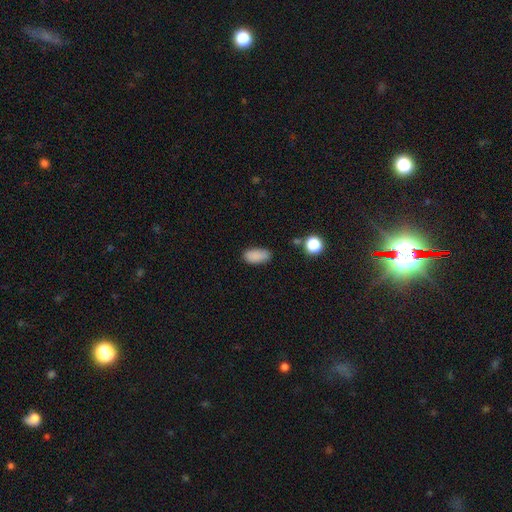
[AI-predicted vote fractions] Smooth or featured?
  - smooth: 87% *
  - star or artifact: 9%
  - featured or disk: 4%
How rounded?
  - in between: 91% *
  - cigar-shaped: 6%
  - round: 4%
Merging?
  - none: 78% *
  - minor disturbance: 16%
  - major disturbance: 3%
  - merger: 3%